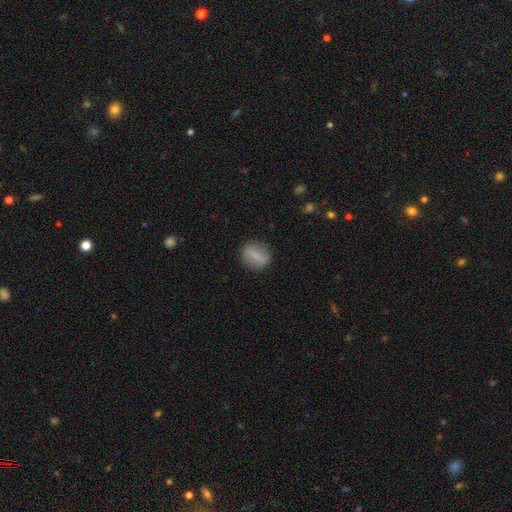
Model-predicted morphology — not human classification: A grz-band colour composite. It shows a smooth galaxy with no disk features (67%) that is round (56%). Merging: none (86%).